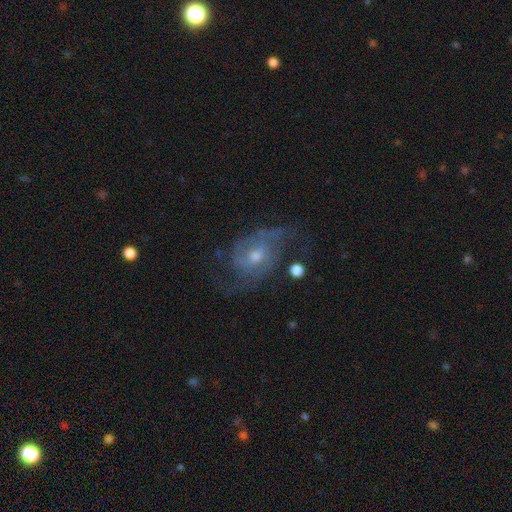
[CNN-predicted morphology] Smooth or featured? Predicted: featured or disk (p=0.80). Edge-on disk? Predicted: no (p=0.97). Bar? Predicted: no (p=0.59). Spiral arms? Predicted: yes (p=0.90). Spiral winding? Predicted: medium (p=0.47). Spiral arm count? Predicted: 2 (p=0.63). Bulge size? Predicted: small (p=0.48, tied with moderate). Merging? Predicted: none (p=0.54).